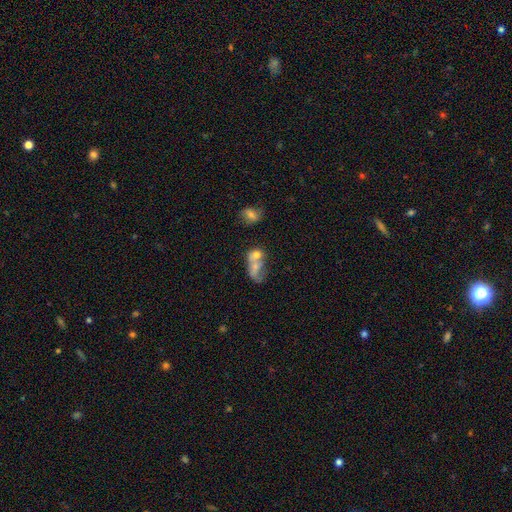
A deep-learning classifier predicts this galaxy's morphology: smooth_or_featured: smooth (p=0.60) [alt: featured or disk p=0.28]
how_rounded: in between (p=0.65) [alt: round p=0.31]
merging: merger (p=0.61) [alt: none p=0.16]